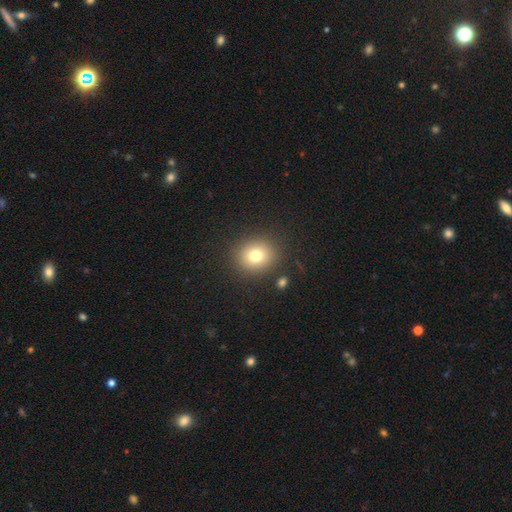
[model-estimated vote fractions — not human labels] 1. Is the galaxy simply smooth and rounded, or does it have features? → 76% smooth, 14% star or artifact, 10% featured or disk.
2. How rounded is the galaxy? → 81% round, 18% in between, 1% cigar-shaped.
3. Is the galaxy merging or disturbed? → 87% none, 7% minor disturbance, 3% major disturbance, 2% merger.